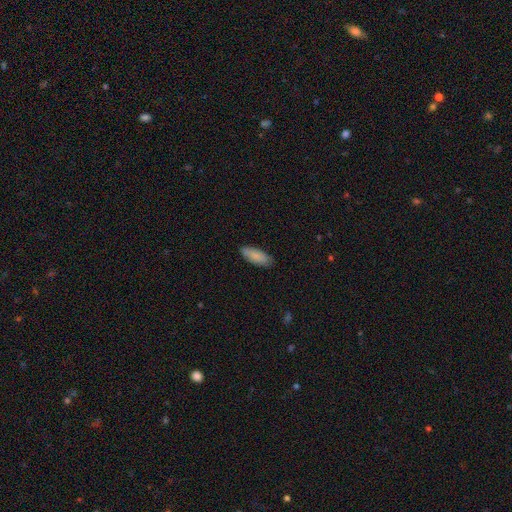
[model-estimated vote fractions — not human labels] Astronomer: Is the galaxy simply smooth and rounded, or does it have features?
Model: smooth — 87%.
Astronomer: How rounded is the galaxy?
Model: in between — 74%.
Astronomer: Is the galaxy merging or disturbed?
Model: none — 82%.